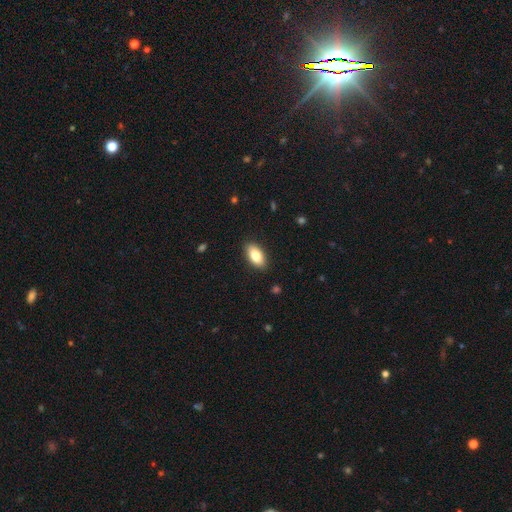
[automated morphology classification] Smooth or featured?
  - smooth: 82% *
  - featured or disk: 11%
  - star or artifact: 7%
How rounded?
  - in between: 92% *
  - cigar-shaped: 4%
  - round: 3%
Merging?
  - none: 89% *
  - minor disturbance: 8%
  - major disturbance: 2%
  - merger: 1%